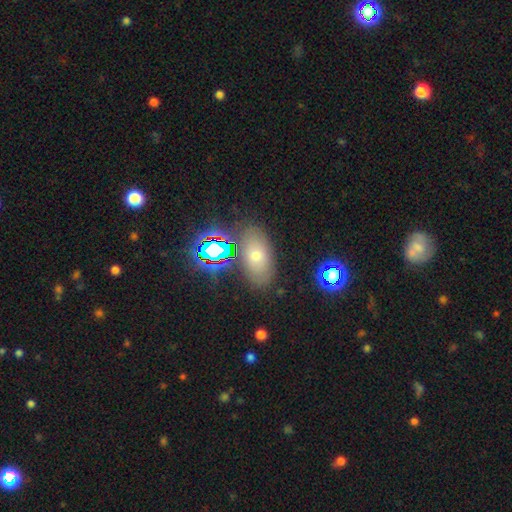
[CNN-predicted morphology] Overall: smooth (51%; star or artifact 29%). How rounded: in between (86%). Merging: none (80%).